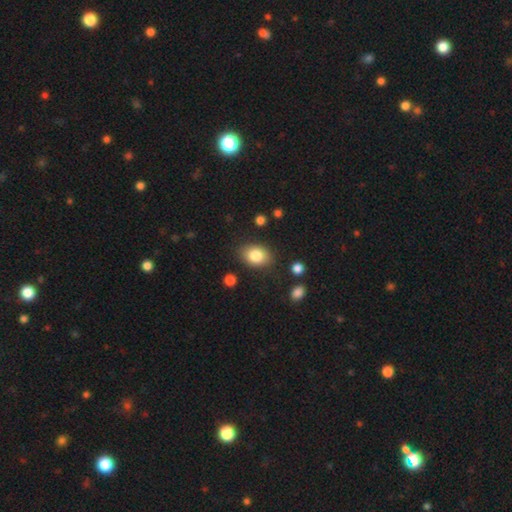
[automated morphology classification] This appears to be a smooth galaxy with no disk features (83%) that is in between round and cigar-shaped (73%). Merging: none (82%).